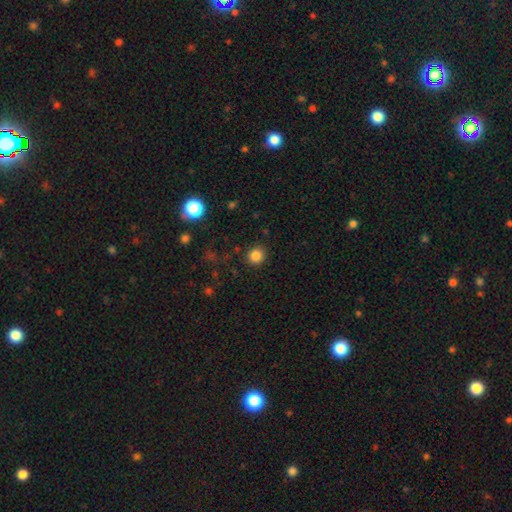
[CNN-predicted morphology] Q: Smooth or featured?
A: smooth (84%); runner-up: star or artifact (12%)
Q: How rounded?
A: round (89%); runner-up: in between (10%)
Q: Merging?
A: none (90%); runner-up: minor disturbance (7%)